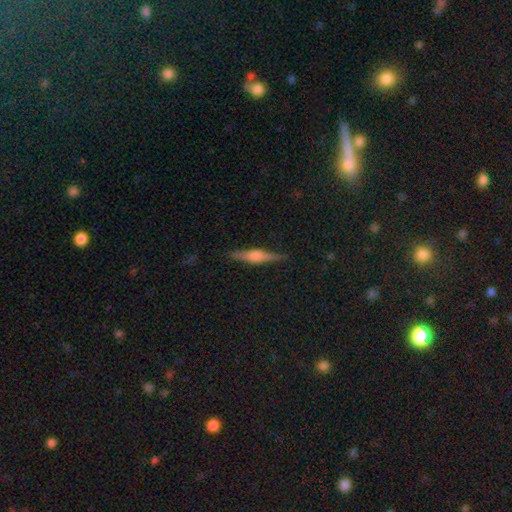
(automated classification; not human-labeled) This appears to be a featured or disk galaxy (73%) viewed edge-on (98%) with a rounded central bulge (80%). Merging: none (90%).